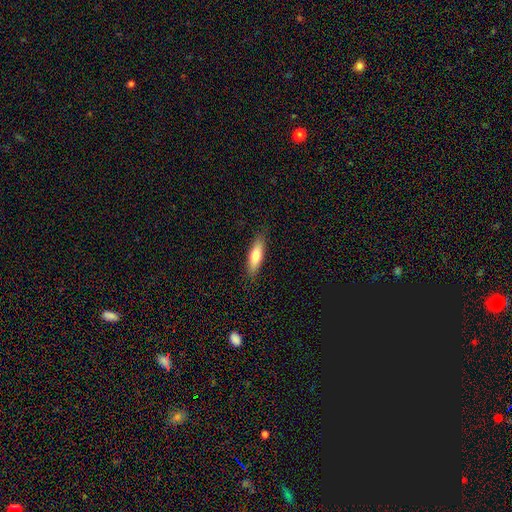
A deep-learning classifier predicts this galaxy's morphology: smooth_or_featured: smooth (p=0.74) [alt: featured or disk p=0.20]
how_rounded: cigar-shaped (p=0.57) [alt: in between p=0.41]
merging: none (p=0.86) [alt: minor disturbance p=0.10]